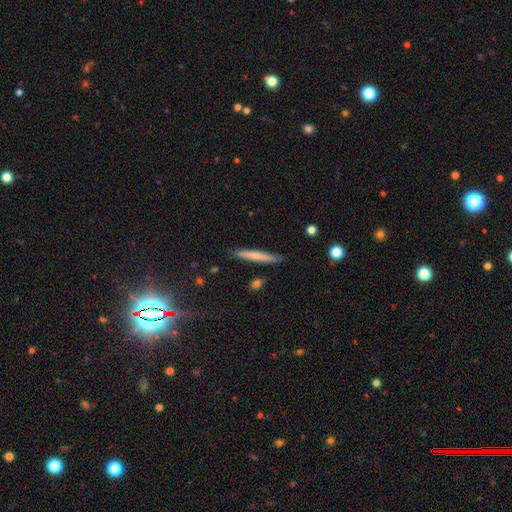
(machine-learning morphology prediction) smooth-or-featured: smooth: 62% | featured or disk: 31% | star or artifact: 7%
  how-rounded: cigar-shaped: 95% | in between: 3% | round: 1%
  merging: none: 87% | minor disturbance: 9% | merger: 2% | major disturbance: 2%